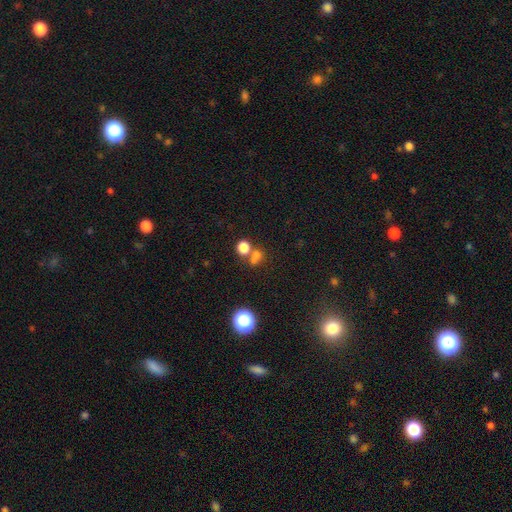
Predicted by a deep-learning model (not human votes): Smooth or featured? Predicted: smooth (p=0.71). How rounded? Predicted: round (p=0.69). Merging? Predicted: none (p=0.46).